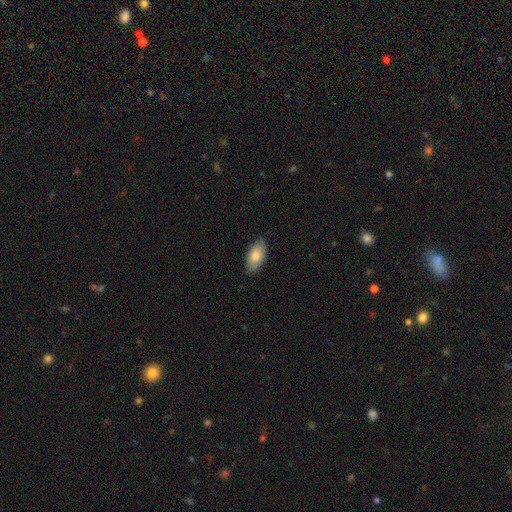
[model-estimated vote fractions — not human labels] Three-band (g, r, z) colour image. It shows a smooth galaxy with no disk features (81%) that is in between round and cigar-shaped (93%). Merging: none (84%).